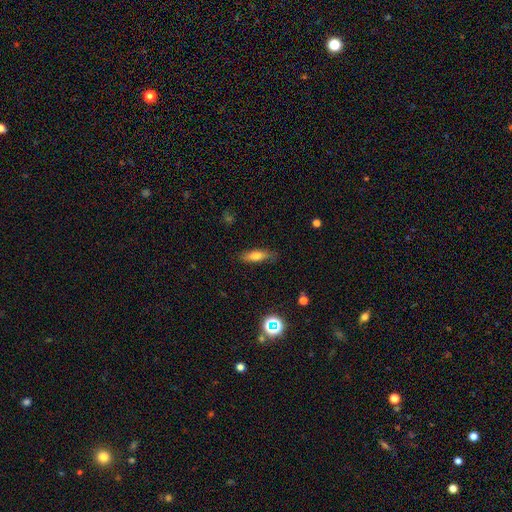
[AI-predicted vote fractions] Smooth or featured? smooth (72%)
How rounded? in between (49%)
Merging? none (83%)